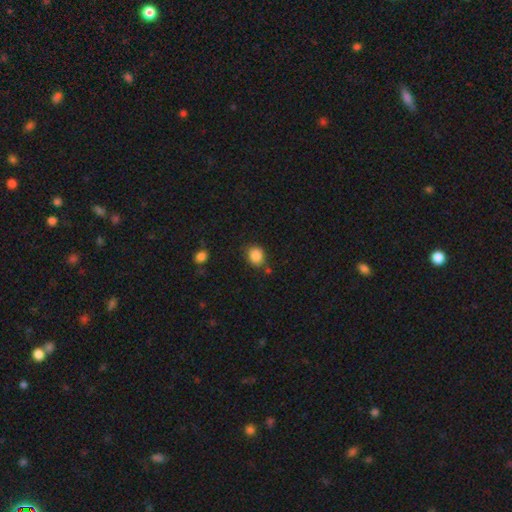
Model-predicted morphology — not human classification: Smooth or featured? smooth (87%)
How rounded? round (73%)
Merging? none (75%)